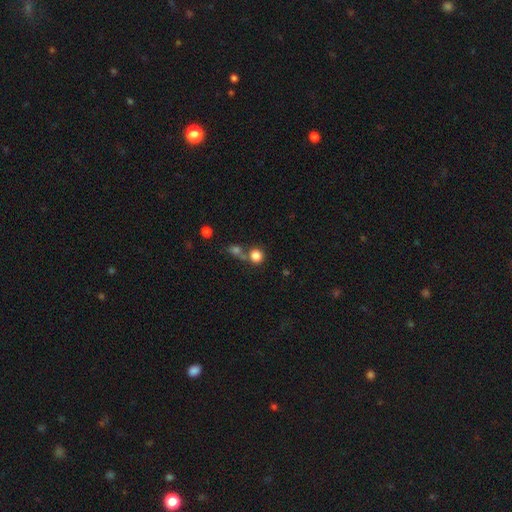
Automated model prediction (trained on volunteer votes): This is clearly a smooth galaxy (82%). How rounded: clearly round (87%). Merging: possibly none (52%).